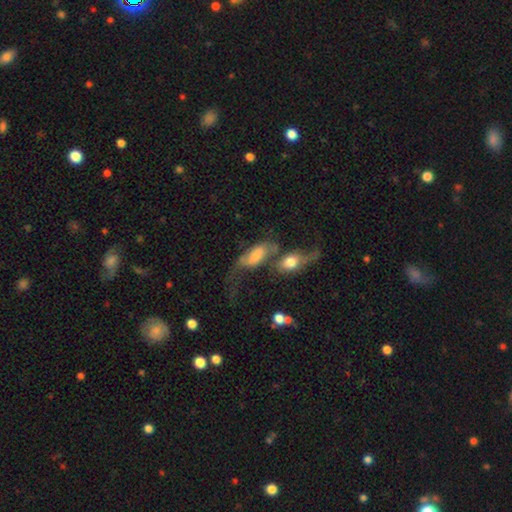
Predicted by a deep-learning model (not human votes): Smooth or featured? Predicted: smooth (p=0.47). Merging? Predicted: merger (p=0.47).